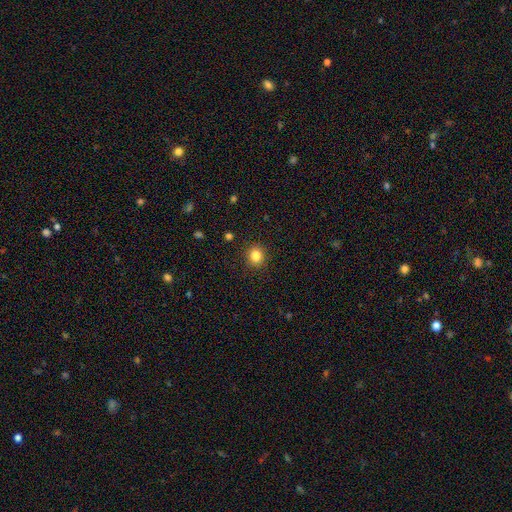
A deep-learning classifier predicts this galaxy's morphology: A smooth galaxy with no disk features (83%) that is round (85%). Merging: none (91%).